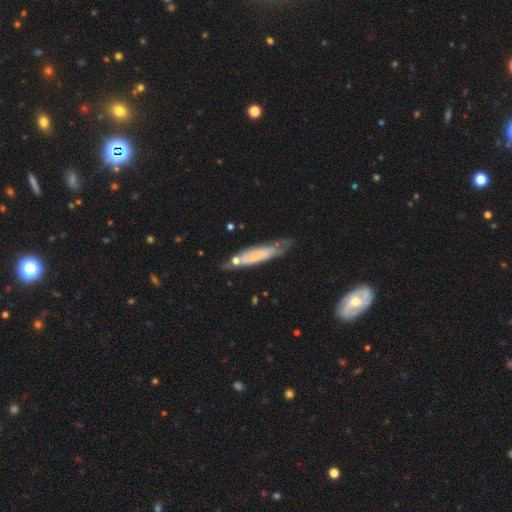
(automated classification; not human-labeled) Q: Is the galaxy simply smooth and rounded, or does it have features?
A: featured or disk — 49%.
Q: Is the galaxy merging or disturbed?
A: none — 49%.